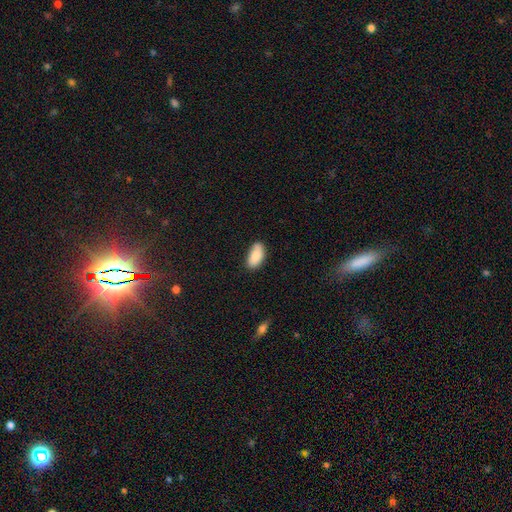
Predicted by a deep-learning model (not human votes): Q: Smooth or featured?
A: smooth (87%); runner-up: featured or disk (7%)
Q: How rounded?
A: in between (92%); runner-up: cigar-shaped (5%)
Q: Merging?
A: none (79%); runner-up: minor disturbance (17%)